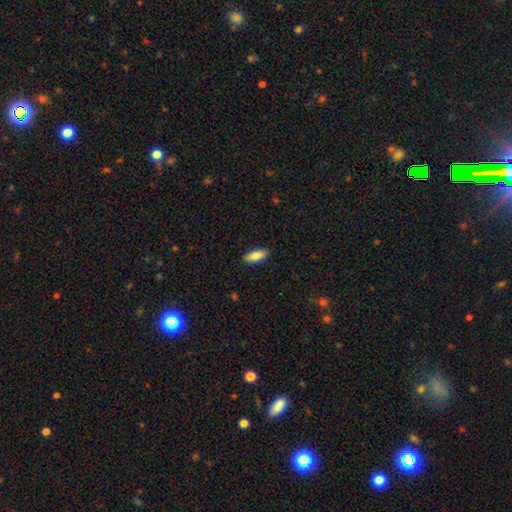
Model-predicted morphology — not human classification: A smooth galaxy with no disk features (85%) that is in between round and cigar-shaped (76%).

Vote fractions:
- Smooth or featured? smooth: 85% / featured or disk: 9% / star or artifact: 6%
- How rounded? in between: 76% / cigar-shaped: 22% / round: 2%
- Merging? none: 90% / minor disturbance: 8% / major disturbance: 2% / merger: 1%